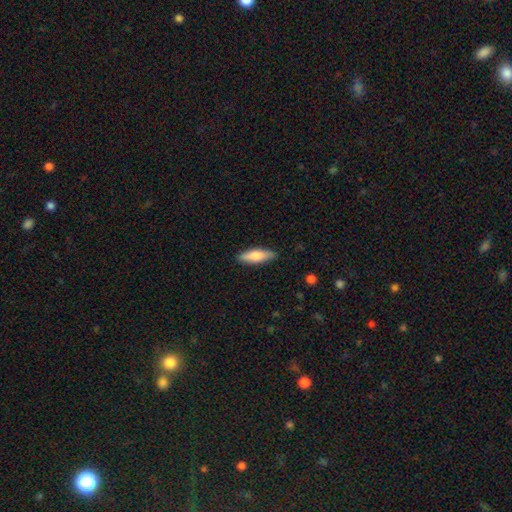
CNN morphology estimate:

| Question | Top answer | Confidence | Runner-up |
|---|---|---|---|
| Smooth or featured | smooth | 72% | featured or disk (22%) |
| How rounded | cigar-shaped | 52% | in between (46%) |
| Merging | none | 87% | minor disturbance (10%) |